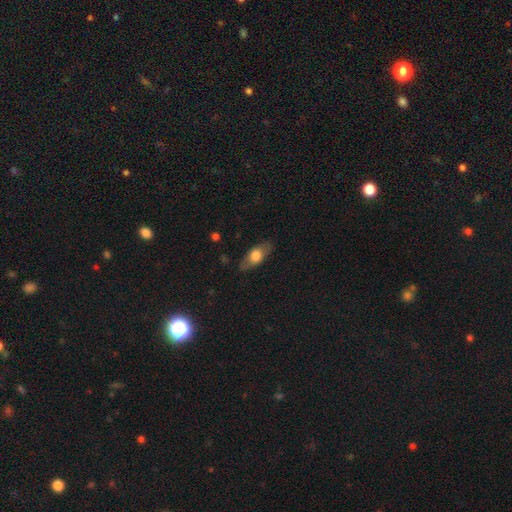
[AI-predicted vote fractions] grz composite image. It shows a smooth galaxy with no disk features (62%) that is in between round and cigar-shaped (77%). Merging: none (81%).